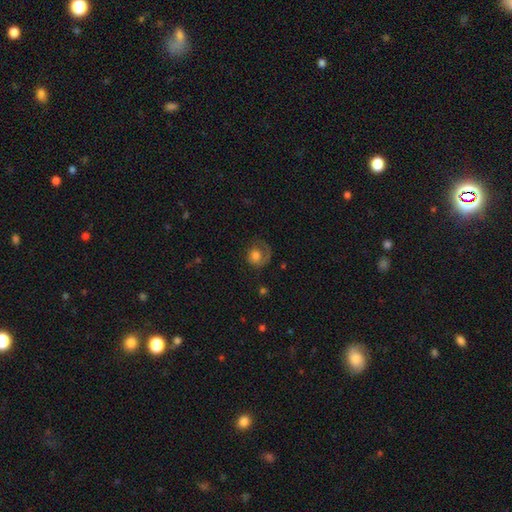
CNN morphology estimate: smooth 55%, featured or disk 36%, star or artifact 9%. Down the decision tree: how rounded — round (75%); merging — none (47%).